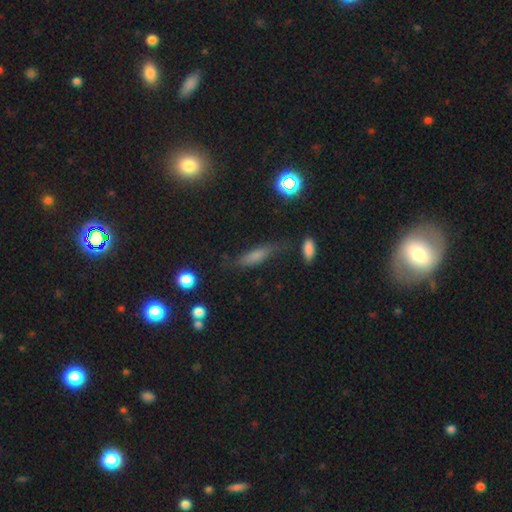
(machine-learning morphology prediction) Smooth or featured: smooth — 68% (featured or disk — 19%)
How rounded: cigar-shaped — 58% (in between — 38%)
Merging: none — 66% (minor disturbance — 22%)